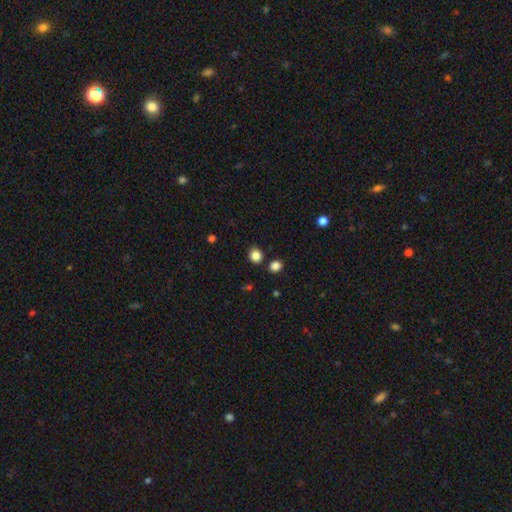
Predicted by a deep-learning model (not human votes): This is clearly a smooth galaxy (85%). How rounded: likely round (73%). Merging: clearly none (83%).